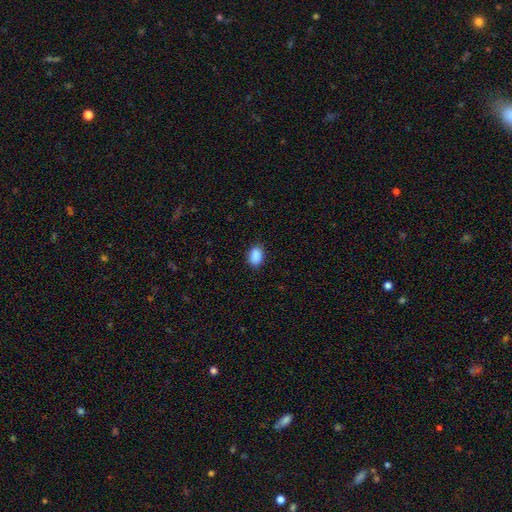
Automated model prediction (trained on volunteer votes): Overall: smooth (90%). How rounded: in between (82%). Merging: none (83%).